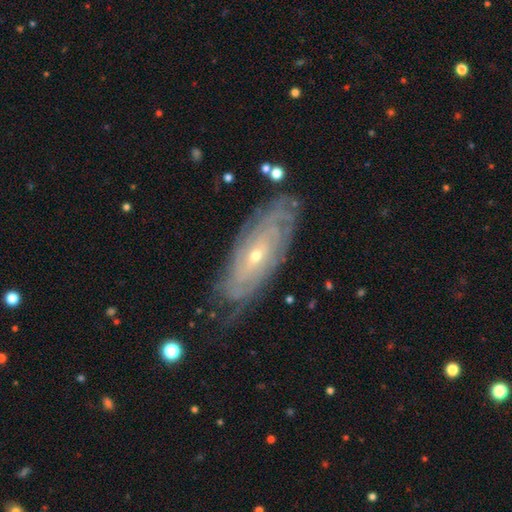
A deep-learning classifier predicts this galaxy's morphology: This is clearly a featured or disk galaxy (83%). It is clearly not viewed edge-on (88%). Bar: likely no (68%). Spiral arm pattern: clearly yes (93%). Spiral arm count: possibly can't tell (54%). Spiral winding: clearly tight (81%). Central bulge: likely small (69%). Merging: likely none (76%).